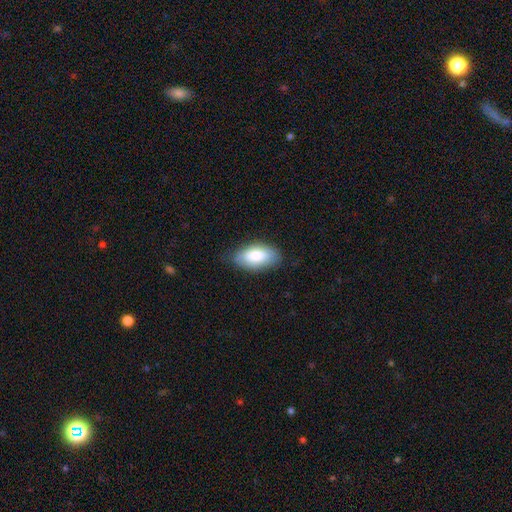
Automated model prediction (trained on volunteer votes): This appears to be a smooth galaxy with no disk features (82%) that is in between round and cigar-shaped (94%). Merging: none (79%).